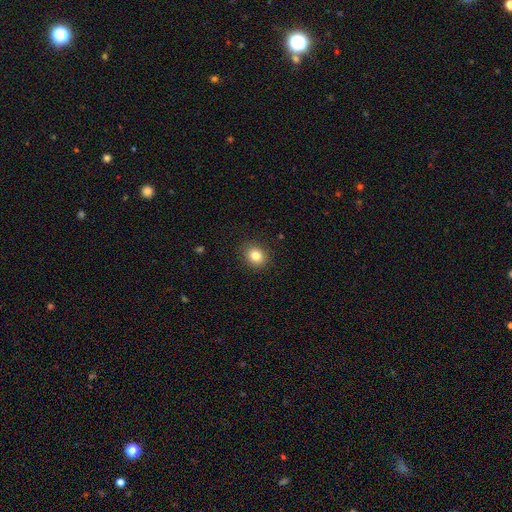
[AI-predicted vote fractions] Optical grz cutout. It shows a smooth galaxy with no disk features (83%) that is round (60%). Merging: none (89%).